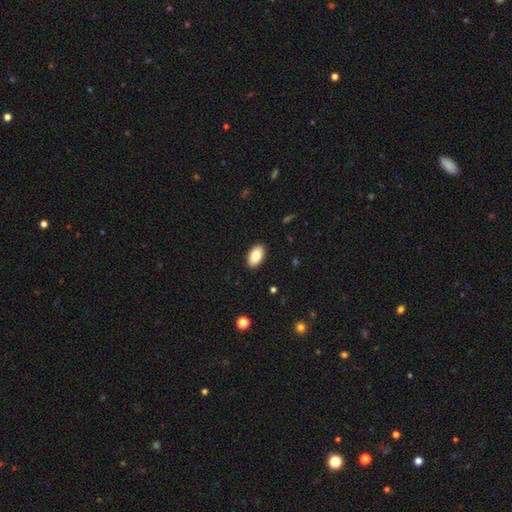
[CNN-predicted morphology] type=smooth (83%); roundness=in between (94%); merging=none (90%).